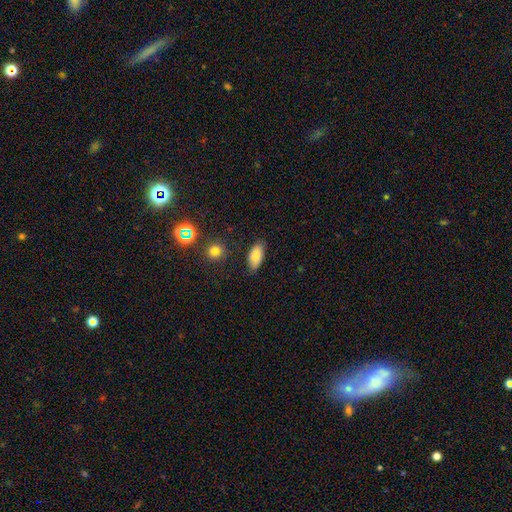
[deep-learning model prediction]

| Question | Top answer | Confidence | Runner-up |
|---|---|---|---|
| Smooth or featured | smooth | 84% | star or artifact (9%) |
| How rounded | in between | 92% | cigar-shaped (4%) |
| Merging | none | 77% | minor disturbance (18%) |